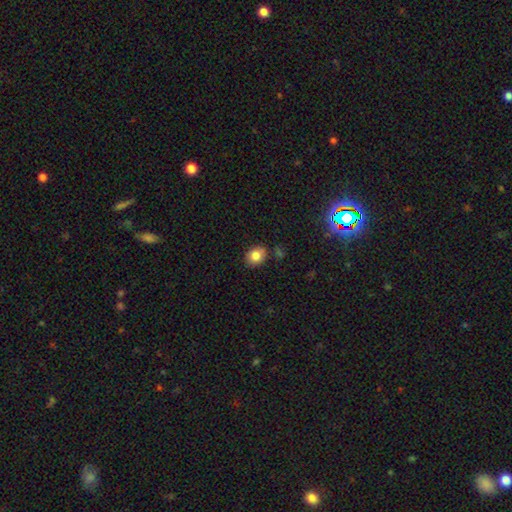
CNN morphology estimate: A smooth galaxy with no disk features (83%) that is in between round and cigar-shaped (52%). Merging: none (82%).